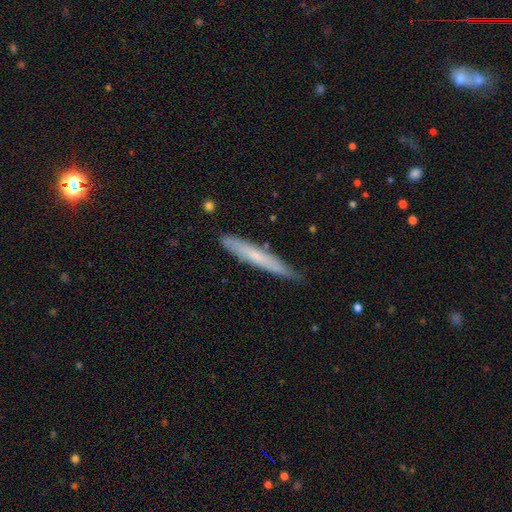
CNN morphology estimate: type=smooth (57%); roundness=cigar-shaped (95%); merging=none (79%).